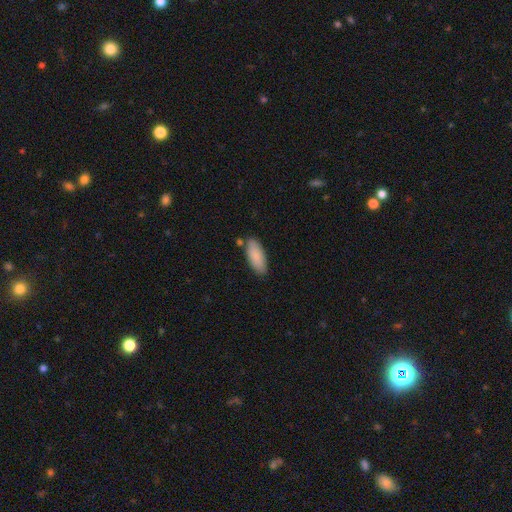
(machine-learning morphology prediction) Smooth or featured?
  - smooth: 87% *
  - featured or disk: 8%
  - star or artifact: 6%
How rounded?
  - in between: 81% *
  - cigar-shaped: 17%
  - round: 2%
Merging?
  - none: 78% *
  - minor disturbance: 14%
  - merger: 5%
  - major disturbance: 3%